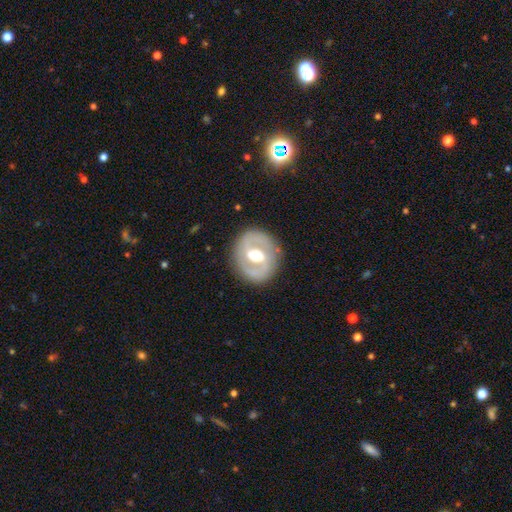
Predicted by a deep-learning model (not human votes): This appears to be a featured or disk galaxy (74%) with a weak bar (45%), spiral arms (63%) and a moderate central bulge (68%). Merging: none (84%).